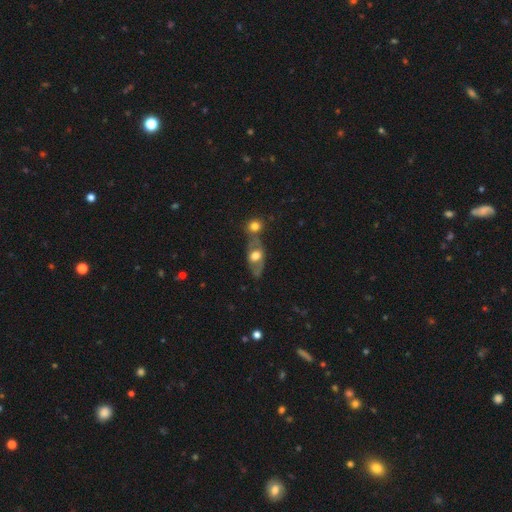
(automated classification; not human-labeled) A featured or disk galaxy (55%). Merging: none (50%).